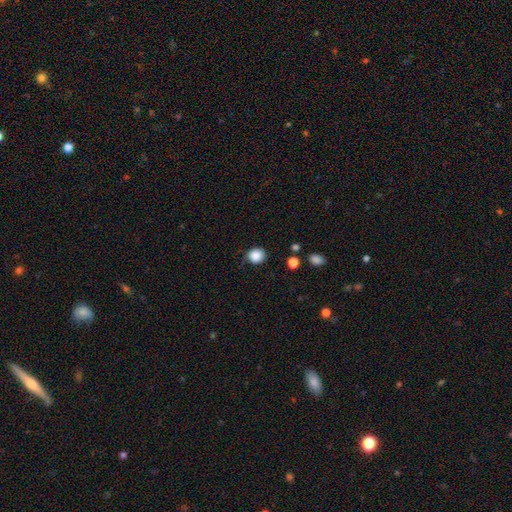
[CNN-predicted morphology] Smooth or featured? Predicted: smooth (p=0.86). How rounded? Predicted: round (p=0.83). Merging? Predicted: none (p=0.73).